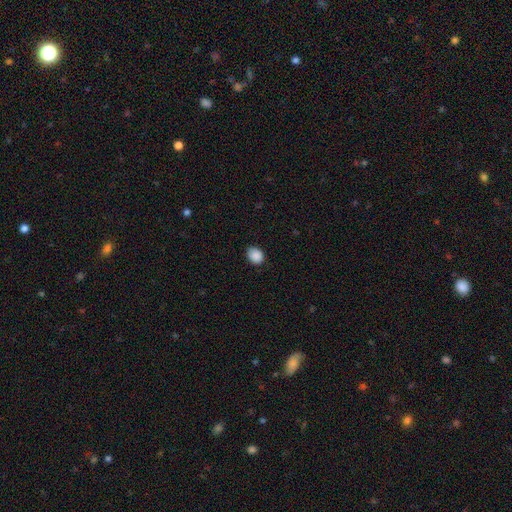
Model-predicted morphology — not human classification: type=smooth (89%); roundness=in between (52%); merging=none (84%).